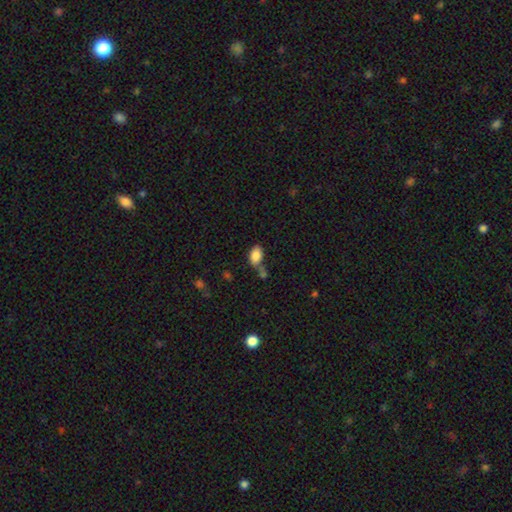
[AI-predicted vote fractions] Smooth or featured? Predicted: smooth (p=0.86). How rounded? Predicted: in between (p=0.90). Merging? Predicted: none (p=0.50).